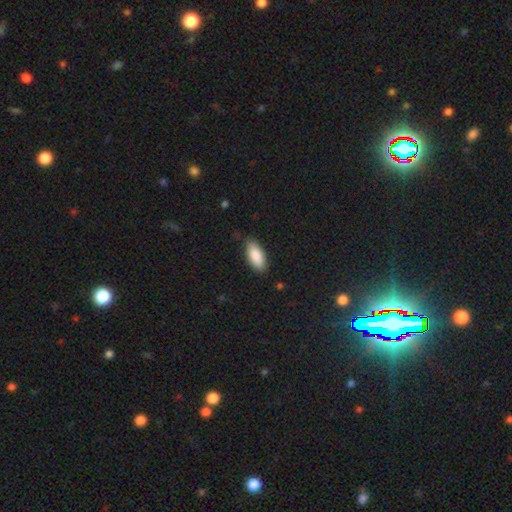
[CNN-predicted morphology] Smooth or featured: smooth — 88% (featured or disk — 6%)
How rounded: in between — 87% (cigar-shaped — 11%)
Merging: none — 83% (minor disturbance — 13%)